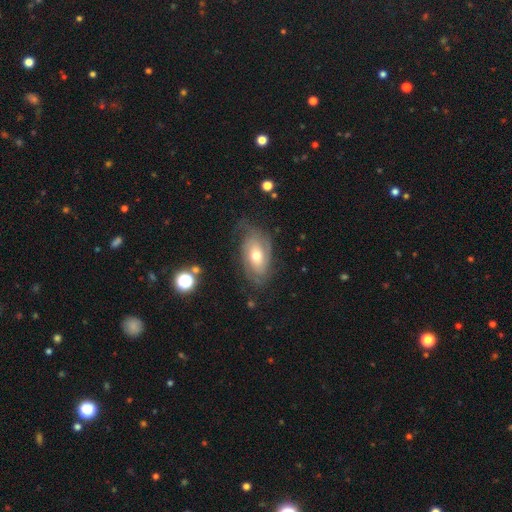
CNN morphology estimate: This appears to be a featured or disk galaxy (74%) with no bar (68%), 2 (41%) tight (54%) spiral arms (90%) and a moderate central bulge (71%). Merging: none (67%).